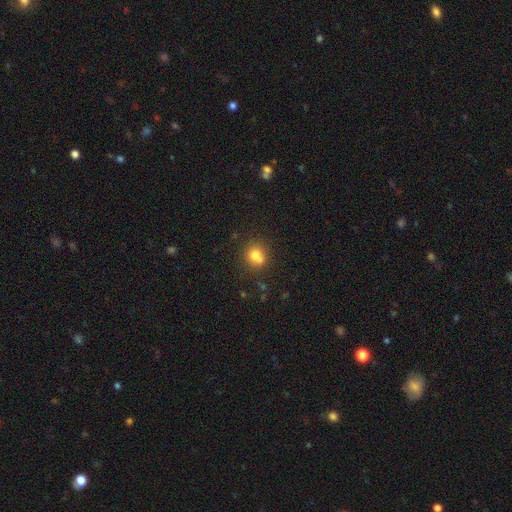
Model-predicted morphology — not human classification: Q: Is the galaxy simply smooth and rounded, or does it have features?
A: smooth — 75%.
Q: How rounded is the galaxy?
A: round — 76%.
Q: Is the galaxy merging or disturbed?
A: none — 54%.